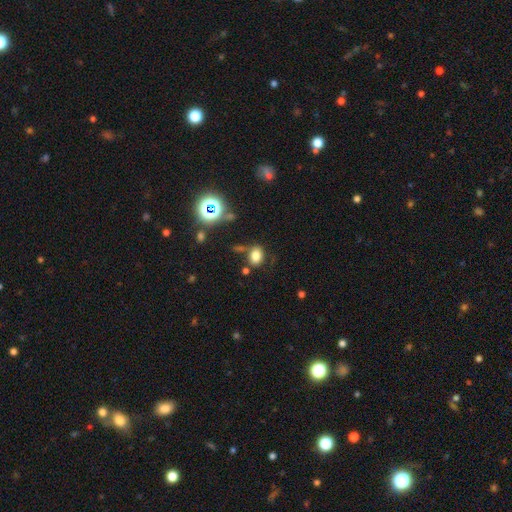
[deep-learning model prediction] smooth_or_featured: smooth (p=0.76) [alt: star or artifact p=0.16]
how_rounded: in between (p=0.68) [alt: round p=0.31]
merging: none (p=0.69) [alt: minor disturbance p=0.15]